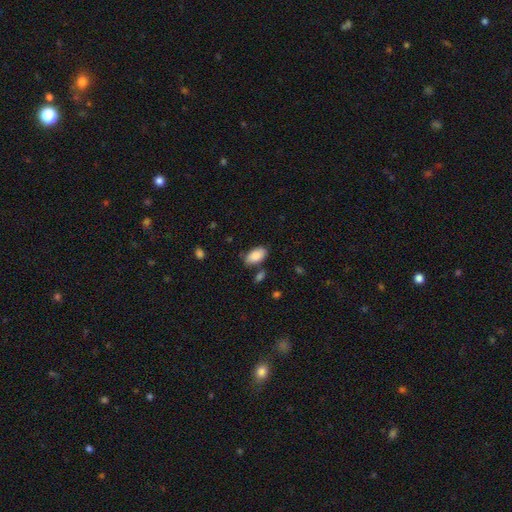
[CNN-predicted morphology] type=smooth (86%); roundness=in between (95%); merging=none (74%).